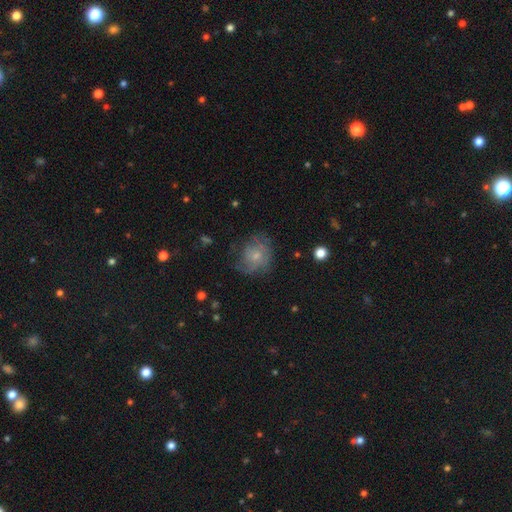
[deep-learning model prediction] The model was most divided on "smooth or featured": smooth: 46%, featured or disk: 45%, star or artifact: 9%. More confident: merging — none (56%).